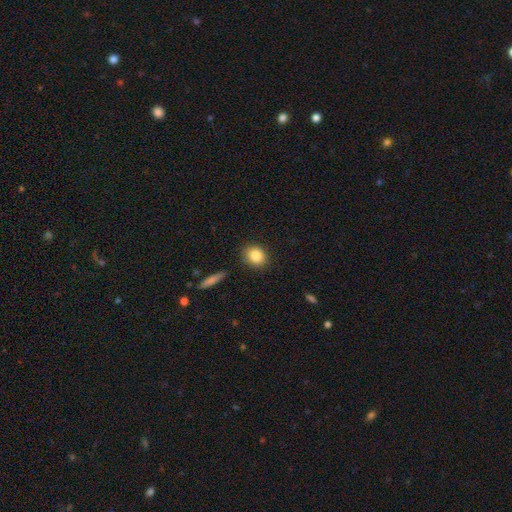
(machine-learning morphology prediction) Q: Smooth or featured?
A: smooth (84%); runner-up: star or artifact (9%)
Q: How rounded?
A: round (70%); runner-up: in between (28%)
Q: Merging?
A: none (87%); runner-up: minor disturbance (9%)